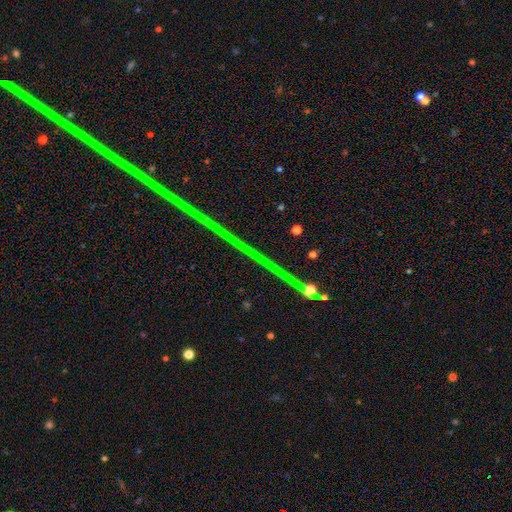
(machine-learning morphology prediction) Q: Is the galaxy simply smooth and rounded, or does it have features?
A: star or artifact — 88%.